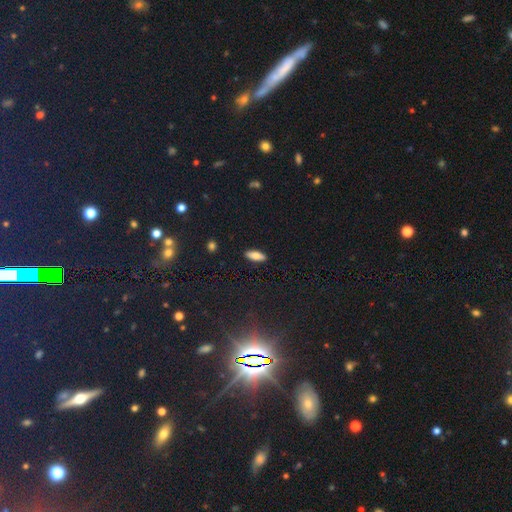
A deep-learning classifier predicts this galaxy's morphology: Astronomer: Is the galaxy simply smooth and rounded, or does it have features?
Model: smooth — 77%.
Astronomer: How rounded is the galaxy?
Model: in between — 67%.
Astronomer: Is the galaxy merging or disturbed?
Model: none — 89%.